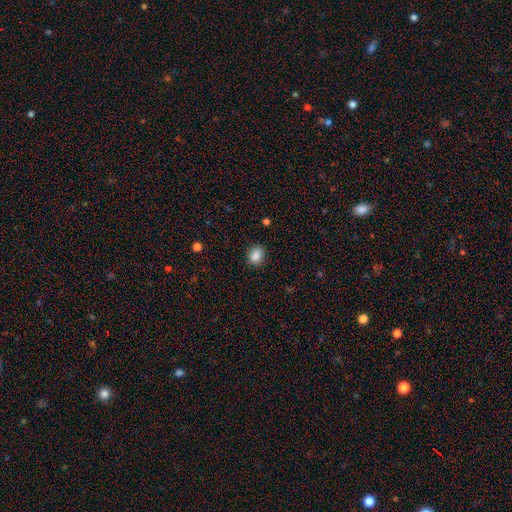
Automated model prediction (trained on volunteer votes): This is clearly a smooth galaxy (87%). How rounded: possibly in between (55%). Merging: clearly none (87%).